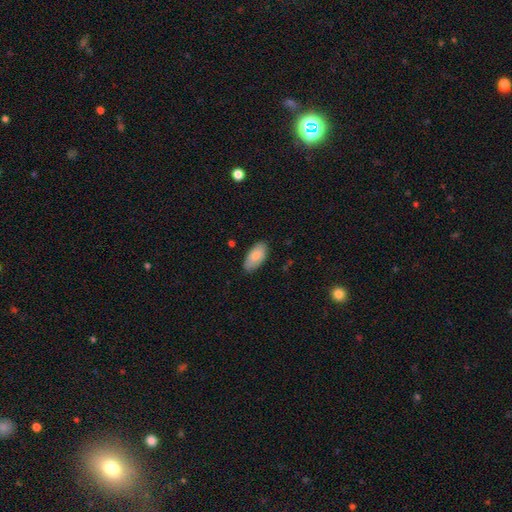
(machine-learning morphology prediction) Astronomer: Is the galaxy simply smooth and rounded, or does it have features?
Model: smooth — 83%.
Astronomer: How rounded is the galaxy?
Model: in between — 94%.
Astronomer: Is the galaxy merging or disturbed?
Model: none — 83%.